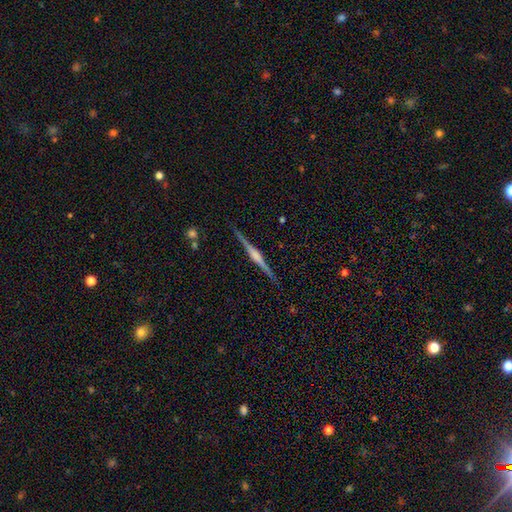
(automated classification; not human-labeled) Smooth or featured?
  - featured or disk: 81% *
  - smooth: 13%
  - star or artifact: 6%
Edge-on disk?
  - yes: 98% *
  - no: 2%
Edge-on bulge?
  - rounded: 65% *
  - boxy: 25%
  - none: 9%
Merging?
  - none: 90% *
  - minor disturbance: 7%
  - major disturbance: 2%
  - merger: 1%